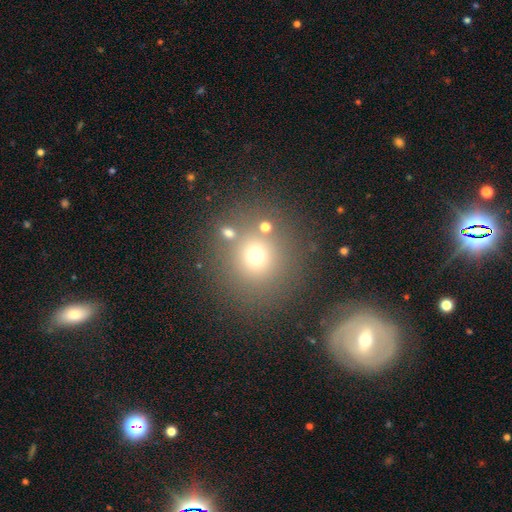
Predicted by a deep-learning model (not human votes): Q: Smooth or featured?
A: smooth (67%); runner-up: star or artifact (19%)
Q: How rounded?
A: round (90%); runner-up: in between (9%)
Q: Merging?
A: none (75%); runner-up: merger (11%)